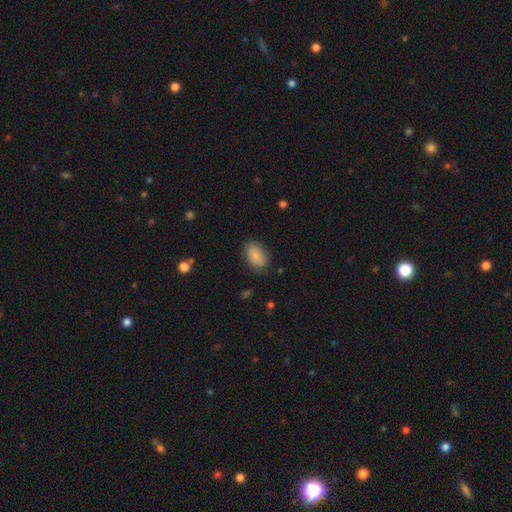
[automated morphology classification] Smooth or featured? Predicted: smooth (p=0.84). How rounded? Predicted: in between (p=0.89). Merging? Predicted: none (p=0.80).